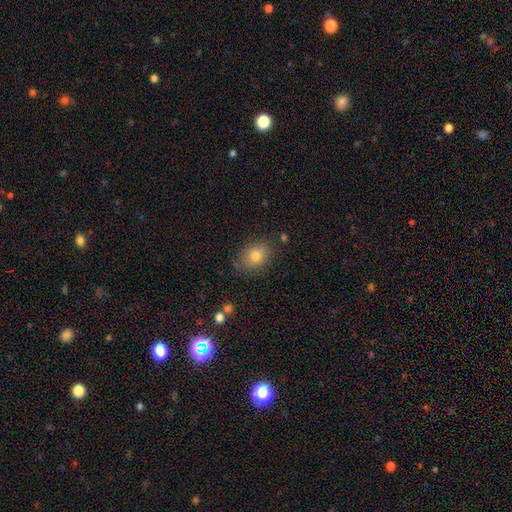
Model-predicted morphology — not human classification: This is likely a smooth galaxy (79%). How rounded: possibly in between (57%). Merging: clearly none (80%).